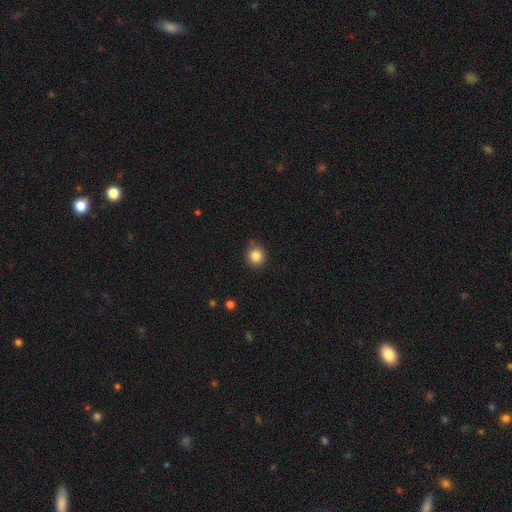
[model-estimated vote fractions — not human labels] A smooth galaxy with no disk features (85%) that is round (89%). Merging: none (81%).